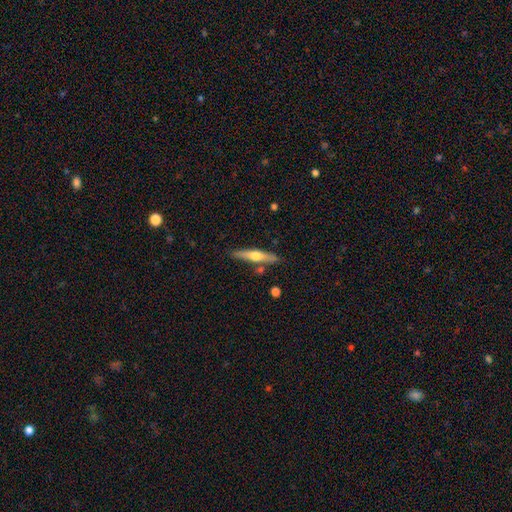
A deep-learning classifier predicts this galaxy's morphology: featured or disk 54%, smooth 41%, star or artifact 6%. Down the decision tree: edge-on disk — yes (94%); edge-on bulge — rounded (91%); merging — none (82%).